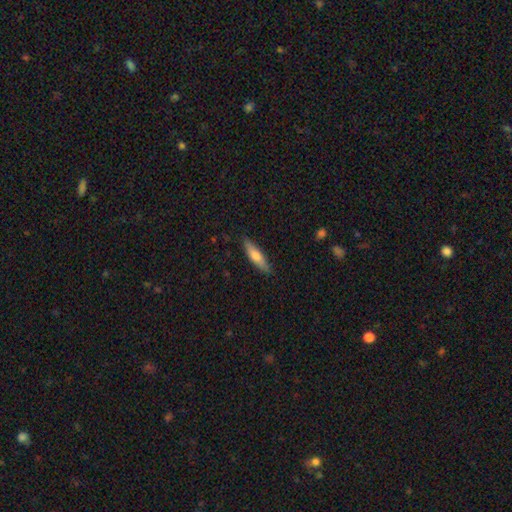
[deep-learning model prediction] Smooth or featured? Predicted: smooth (p=0.63). How rounded? Predicted: cigar-shaped (p=0.70). Merging? Predicted: none (p=0.87).